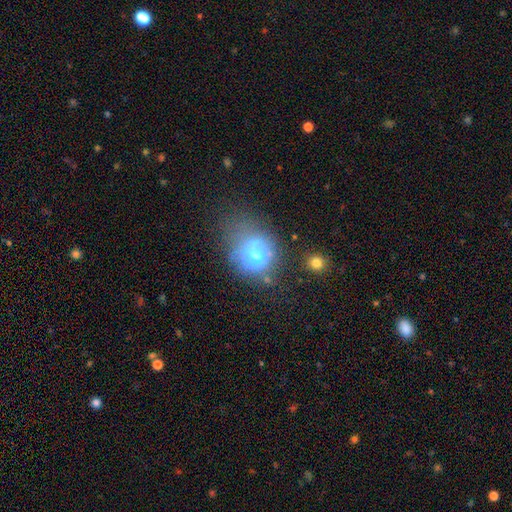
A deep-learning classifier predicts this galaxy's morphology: This is likely a smooth galaxy (62%). How rounded: possibly round (60%). Merging: marginally none (37%).